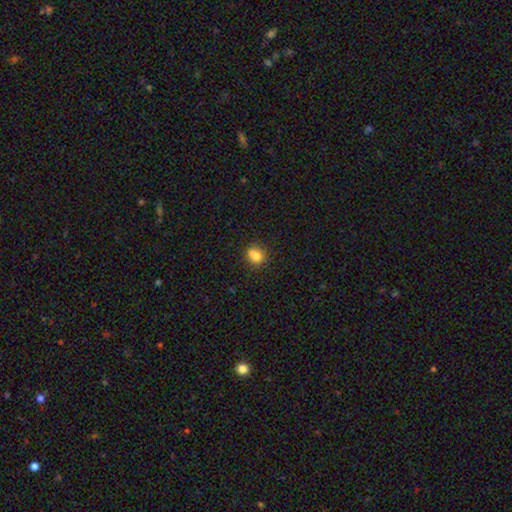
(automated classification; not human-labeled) smooth-or-featured: smooth: 77% | featured or disk: 12% | star or artifact: 12%
  how-rounded: round: 73% | in between: 26% | cigar-shaped: 1%
  merging: none: 54% | merger: 25% | minor disturbance: 16% | major disturbance: 5%